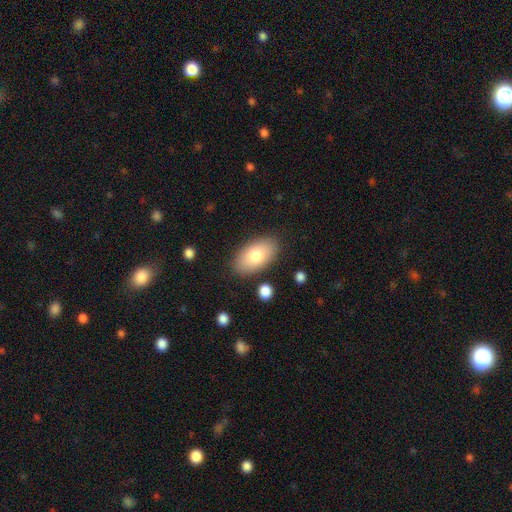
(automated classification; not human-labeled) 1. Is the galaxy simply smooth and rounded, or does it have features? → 77% smooth, 17% featured or disk, 7% star or artifact.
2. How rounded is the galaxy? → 94% in between, 4% round, 2% cigar-shaped.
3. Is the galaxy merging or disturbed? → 85% none, 10% minor disturbance, 3% major disturbance, 2% merger.